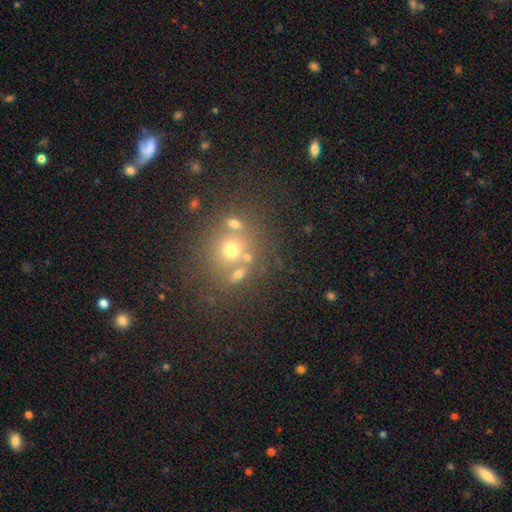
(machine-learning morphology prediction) Q: Smooth or featured?
A: smooth (47%); runner-up: star or artifact (38%)
Q: Merging?
A: none (58%); runner-up: merger (30%)